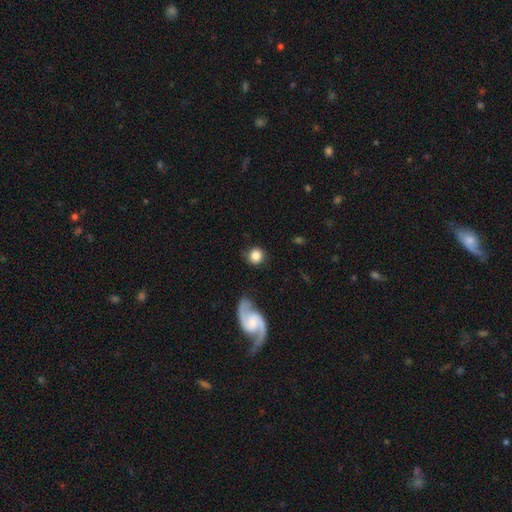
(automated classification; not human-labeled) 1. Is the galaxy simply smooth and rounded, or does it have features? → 79% smooth, 13% featured or disk, 8% star or artifact.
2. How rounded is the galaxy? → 90% round, 9% in between, 1% cigar-shaped.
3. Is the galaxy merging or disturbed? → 79% none, 11% minor disturbance, 5% major disturbance, 4% merger.